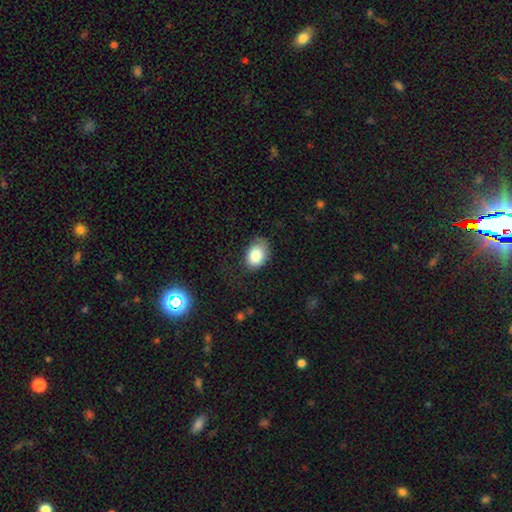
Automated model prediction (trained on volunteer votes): Q: Smooth or featured?
A: smooth (83%); runner-up: featured or disk (9%)
Q: How rounded?
A: in between (79%); runner-up: round (20%)
Q: Merging?
A: none (61%); runner-up: minor disturbance (27%)